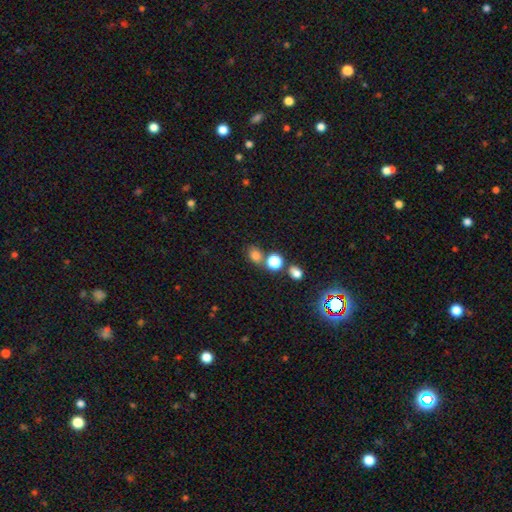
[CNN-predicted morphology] This appears to be a smooth galaxy with no disk features (76%) that is round (54%). Merging: none (63%).